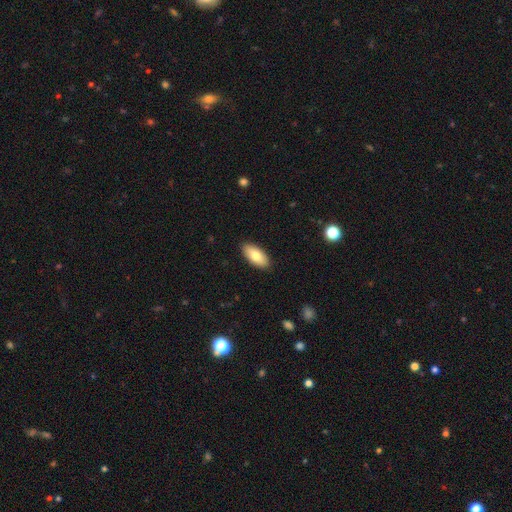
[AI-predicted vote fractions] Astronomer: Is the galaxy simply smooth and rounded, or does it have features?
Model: smooth — 79%.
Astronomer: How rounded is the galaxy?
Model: in between — 91%.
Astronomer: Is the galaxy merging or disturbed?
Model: none — 90%.